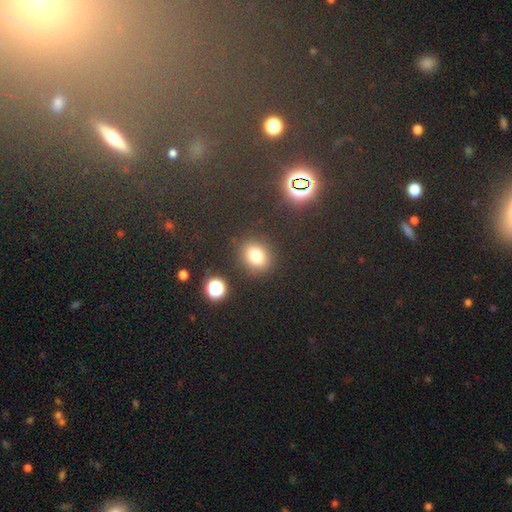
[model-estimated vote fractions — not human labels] Overall: smooth (77%). How rounded: round (55%; in between 43%). Merging: none (84%).